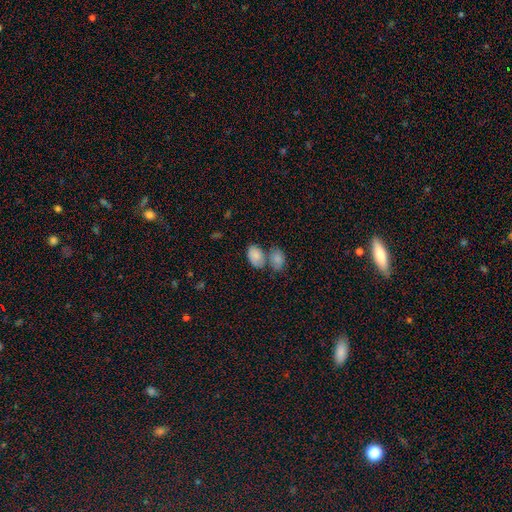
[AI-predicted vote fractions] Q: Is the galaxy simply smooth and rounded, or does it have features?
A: smooth — 82%.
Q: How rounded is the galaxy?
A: in between — 86%.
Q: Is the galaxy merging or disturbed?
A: merger — 42%.